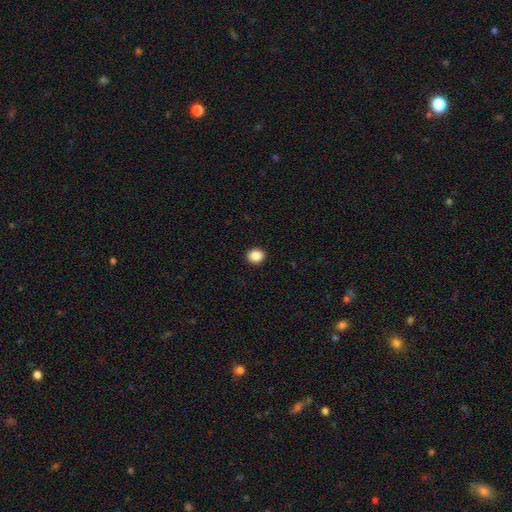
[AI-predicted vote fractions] A smooth galaxy with no disk features (87%) that is round (74%). Merging: none (93%).